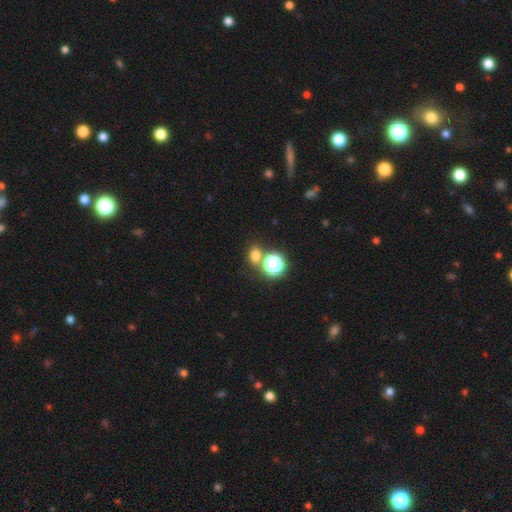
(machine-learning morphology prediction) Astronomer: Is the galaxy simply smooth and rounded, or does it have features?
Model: smooth — 68%.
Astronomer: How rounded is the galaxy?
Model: round — 58% (runner-up: in between, 41%).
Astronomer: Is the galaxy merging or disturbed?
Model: none — 67%.